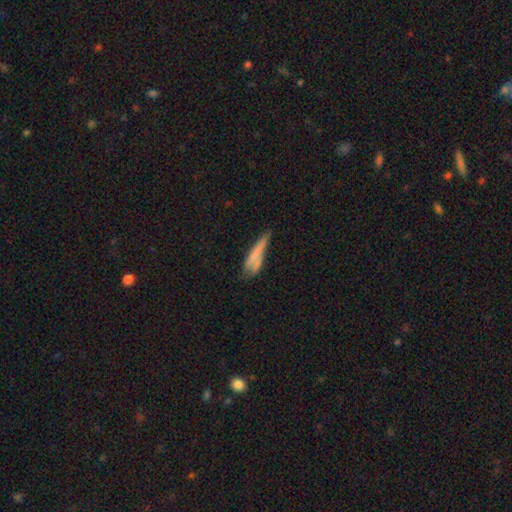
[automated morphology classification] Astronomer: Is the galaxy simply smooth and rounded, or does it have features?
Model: smooth — 60%.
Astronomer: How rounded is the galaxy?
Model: cigar-shaped — 81%.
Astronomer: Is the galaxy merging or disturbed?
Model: none — 43% (runner-up: minor disturbance, 29%).